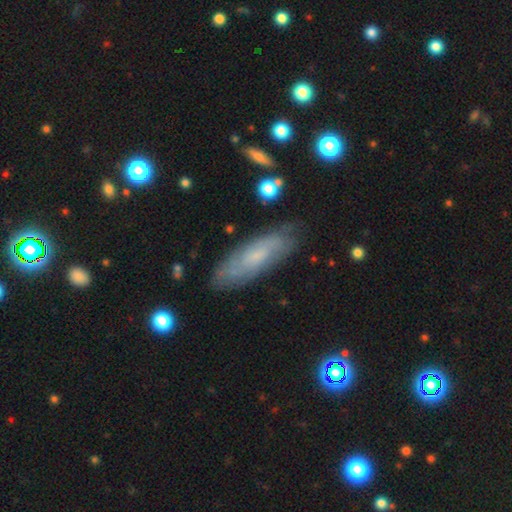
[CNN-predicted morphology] Smooth or featured?
  - featured or disk: 49% *
  - smooth: 43%
  - star or artifact: 7%
Merging?
  - none: 80% *
  - minor disturbance: 15%
  - major disturbance: 3%
  - merger: 2%